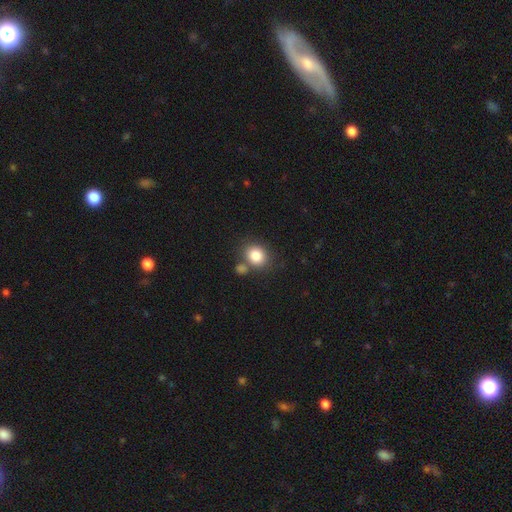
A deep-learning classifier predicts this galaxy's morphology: This appears to be a smooth galaxy with no disk features (83%) that is round (62%). Merging: none (66%).